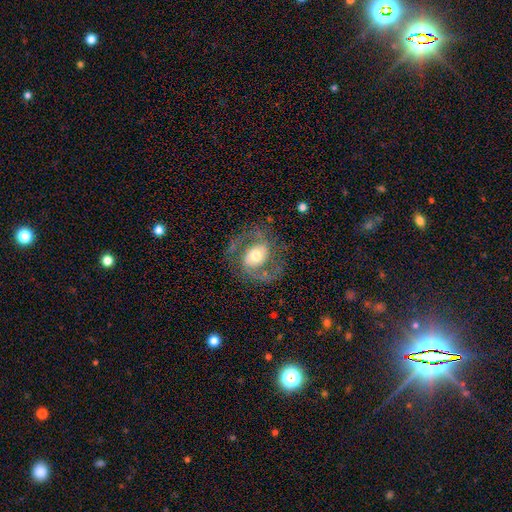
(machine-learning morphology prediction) Smooth or featured?
  - featured or disk: 78% *
  - smooth: 15%
  - star or artifact: 6%
Edge-on disk?
  - no: 97% *
  - yes: 3%
Bar?
  - no: 50% *
  - weak: 35%
  - strong: 15%
Spiral arms?
  - yes: 86% *
  - no: 14%
Spiral winding?
  - medium: 55% *
  - loose: 25%
  - tight: 21%
Spiral arm count?
  - 2: 89% *
  - can't tell: 5%
  - 1: 3%
  - 3: 1%
  - 4: 1%
  - more than 4: 1%
Bulge size?
  - moderate: 62% *
  - large: 23%
  - small: 11%
  - dominant: 2%
  - none: 1%
Merging?
  - none: 70% *
  - minor disturbance: 15%
  - major disturbance: 13%
  - merger: 2%